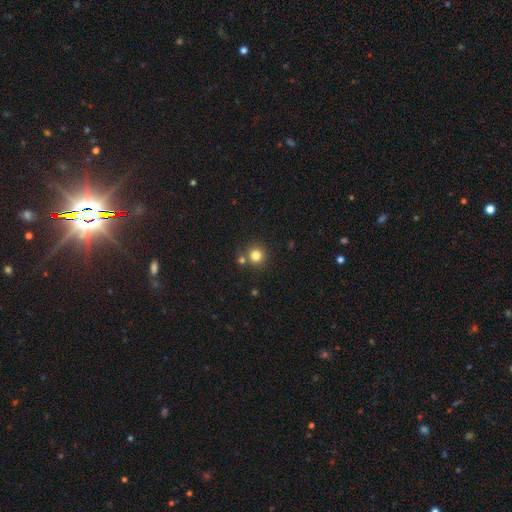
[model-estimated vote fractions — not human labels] A smooth galaxy with no disk features (81%) that is round (93%). Merging: none (75%).